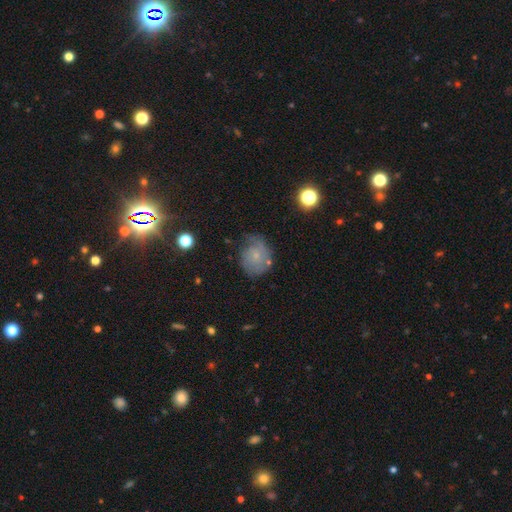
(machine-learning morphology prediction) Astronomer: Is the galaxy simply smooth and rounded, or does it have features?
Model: featured or disk — 56% (runner-up: smooth, 34%).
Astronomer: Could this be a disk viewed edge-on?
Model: no — 97%.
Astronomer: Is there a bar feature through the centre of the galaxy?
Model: no — 81%.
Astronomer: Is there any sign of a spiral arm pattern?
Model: yes — 82%.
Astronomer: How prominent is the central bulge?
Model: small — 78%.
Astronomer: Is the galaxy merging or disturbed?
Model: none — 55%.